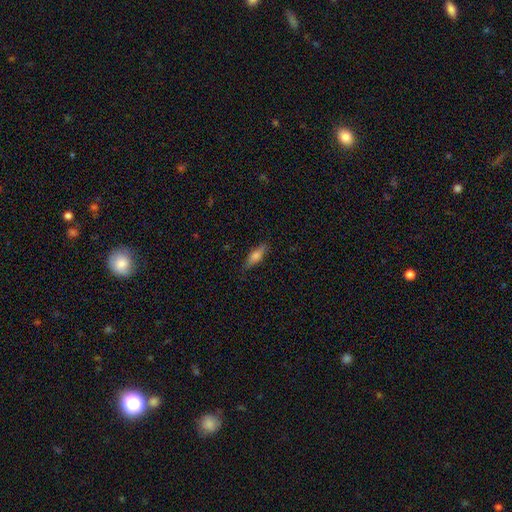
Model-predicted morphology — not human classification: smooth-or-featured: smooth: 61% | featured or disk: 31% | star or artifact: 7%
  how-rounded: cigar-shaped: 50% | in between: 48% | round: 3%
  merging: none: 82% | minor disturbance: 14% | major disturbance: 3% | merger: 1%